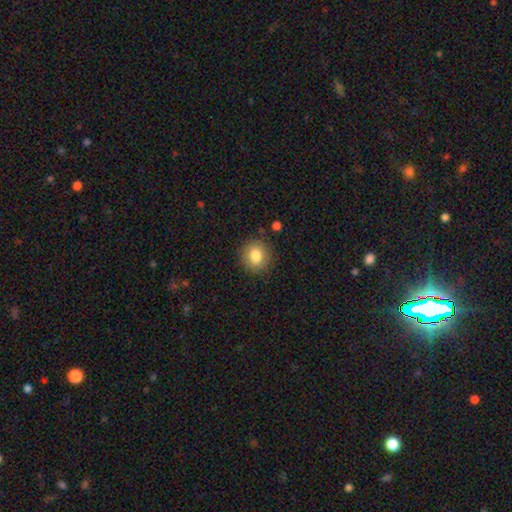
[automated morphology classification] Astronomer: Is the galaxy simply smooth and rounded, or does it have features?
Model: smooth — 82%.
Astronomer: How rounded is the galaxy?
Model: round — 82%.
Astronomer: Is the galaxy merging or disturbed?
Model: none — 86%.